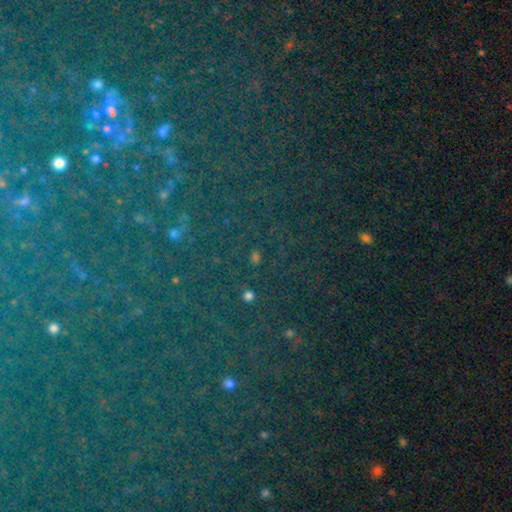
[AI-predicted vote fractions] Smooth or featured? Predicted: star or artifact (p=0.82).